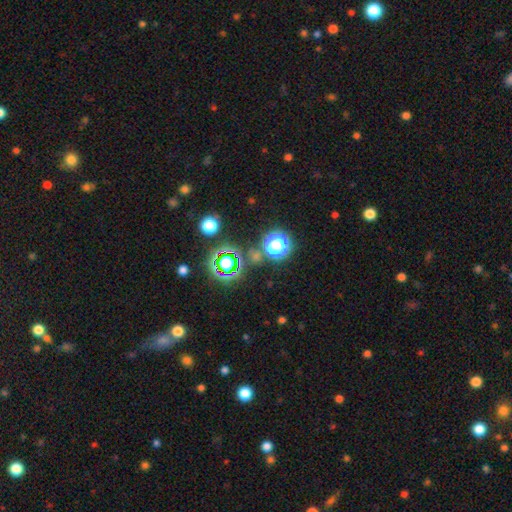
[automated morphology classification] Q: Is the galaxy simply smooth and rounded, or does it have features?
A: star or artifact — 72%.